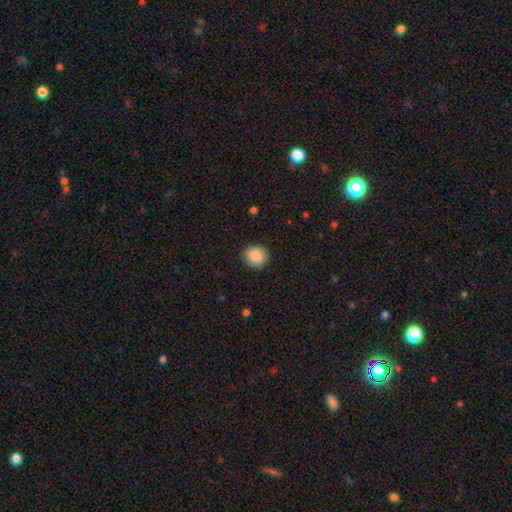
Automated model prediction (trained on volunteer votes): A smooth galaxy with no disk features (88%) that is round (89%). Merging: none (89%).